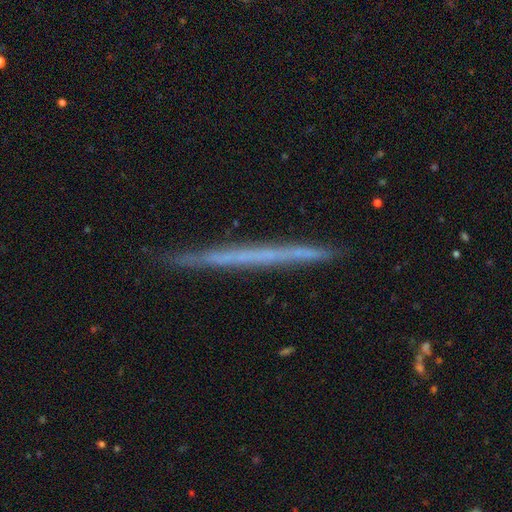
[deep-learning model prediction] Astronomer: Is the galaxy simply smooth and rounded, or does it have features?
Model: featured or disk — 58% (runner-up: smooth, 35%).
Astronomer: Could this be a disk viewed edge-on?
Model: yes — 97%.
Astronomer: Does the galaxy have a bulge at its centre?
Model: none — 94%.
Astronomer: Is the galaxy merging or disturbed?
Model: none — 89%.